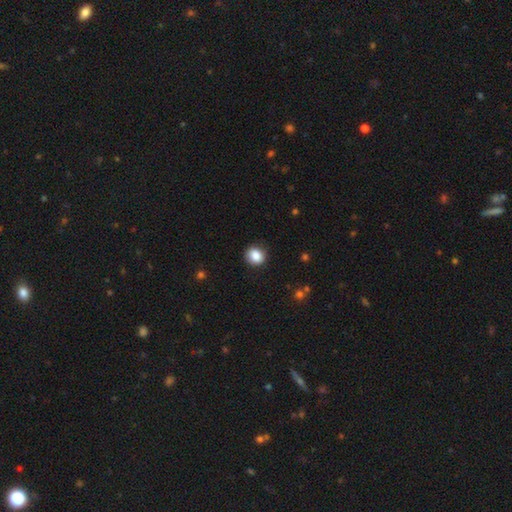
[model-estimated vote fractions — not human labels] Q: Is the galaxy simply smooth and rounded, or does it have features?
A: smooth — 87%.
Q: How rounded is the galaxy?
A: round — 73%.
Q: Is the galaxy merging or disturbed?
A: none — 85%.